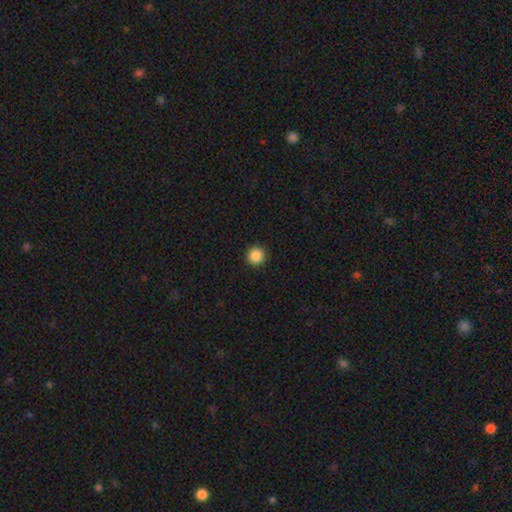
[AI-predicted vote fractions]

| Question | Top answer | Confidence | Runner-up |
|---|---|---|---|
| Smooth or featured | smooth | 88% | star or artifact (10%) |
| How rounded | round | 96% | in between (3%) |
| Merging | none | 93% | minor disturbance (4%) |